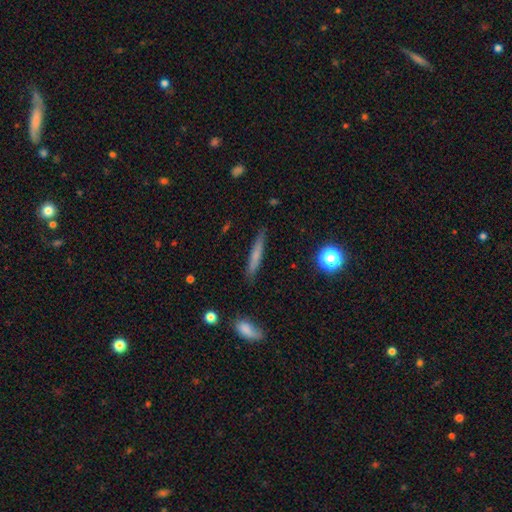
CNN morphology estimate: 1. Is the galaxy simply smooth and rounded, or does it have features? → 63% smooth, 29% featured or disk, 8% star or artifact.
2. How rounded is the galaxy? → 92% cigar-shaped, 5% in between, 3% round.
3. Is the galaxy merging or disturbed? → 87% none, 9% minor disturbance, 2% major disturbance, 2% merger.